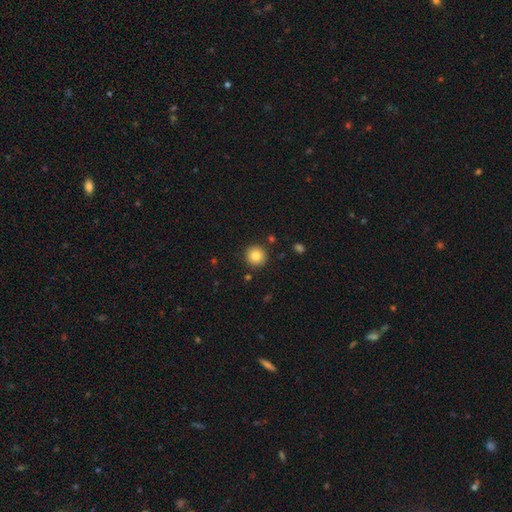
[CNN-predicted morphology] Smooth or featured? Predicted: smooth (p=0.83). How rounded? Predicted: round (p=0.95). Merging? Predicted: none (p=0.90).